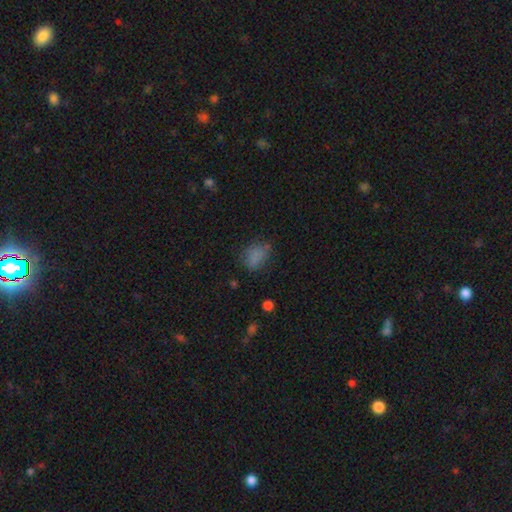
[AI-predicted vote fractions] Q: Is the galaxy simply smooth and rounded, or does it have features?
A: smooth — 76%.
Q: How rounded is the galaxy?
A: in between — 70%.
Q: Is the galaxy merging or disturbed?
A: none — 61%.